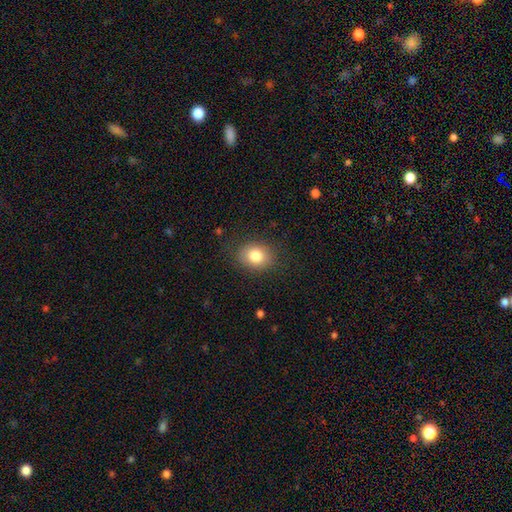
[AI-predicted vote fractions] smooth-or-featured: smooth: 81% | featured or disk: 9% | star or artifact: 9%
  how-rounded: round: 53% | in between: 46% | cigar-shaped: 1%
  merging: none: 84% | minor disturbance: 11% | major disturbance: 4% | merger: 1%